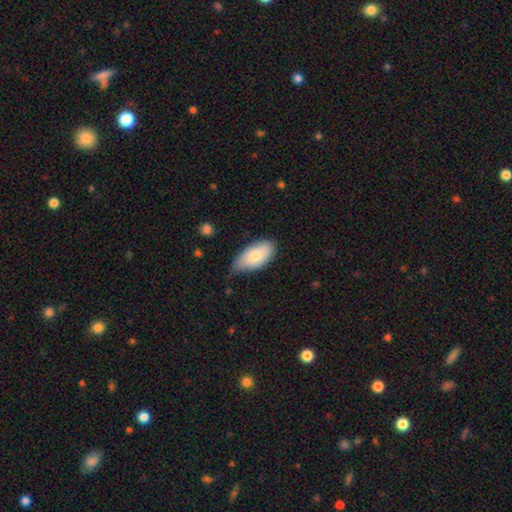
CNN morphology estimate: Smooth or featured?
  - smooth: 78% *
  - featured or disk: 16%
  - star or artifact: 6%
How rounded?
  - in between: 93% *
  - cigar-shaped: 4%
  - round: 3%
Merging?
  - none: 59% *
  - minor disturbance: 34%
  - major disturbance: 5%
  - merger: 2%